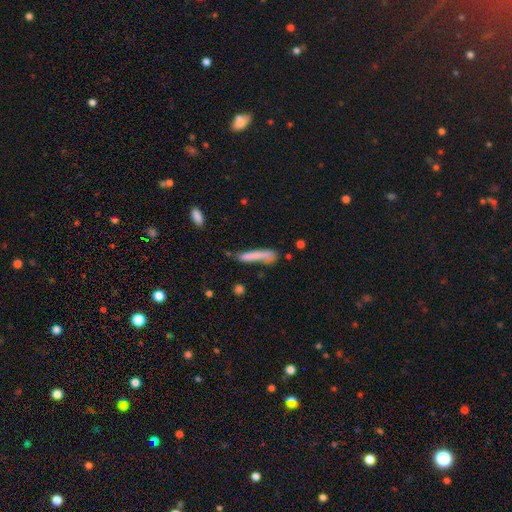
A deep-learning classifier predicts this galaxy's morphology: Q: Smooth or featured?
A: smooth (73%); runner-up: featured or disk (19%)
Q: How rounded?
A: cigar-shaped (91%); runner-up: in between (8%)
Q: Merging?
A: none (52%); runner-up: minor disturbance (25%)